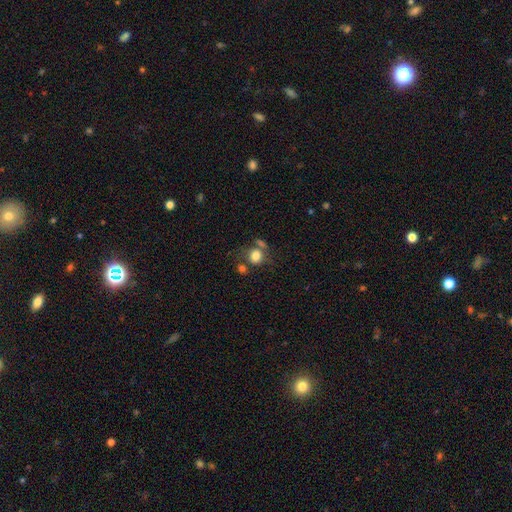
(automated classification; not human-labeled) Q: Smooth or featured?
A: smooth (78%); runner-up: star or artifact (11%)
Q: How rounded?
A: round (77%); runner-up: in between (22%)
Q: Merging?
A: none (53%); runner-up: merger (22%)